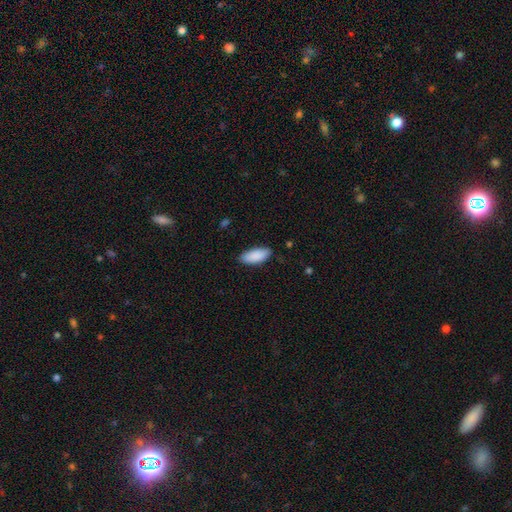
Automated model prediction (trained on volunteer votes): The model was most divided on "merging": none: 83%, minor disturbance: 14%, major disturbance: 2%, merger: 1%. More confident: smooth or featured — smooth (90%); how rounded — in between (85%).